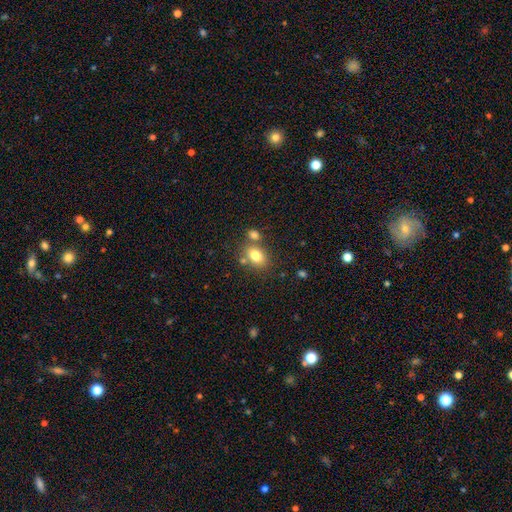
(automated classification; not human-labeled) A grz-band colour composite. It shows a smooth galaxy with no disk features (79%) that is in between round and cigar-shaped (74%). Merging: none (61%).